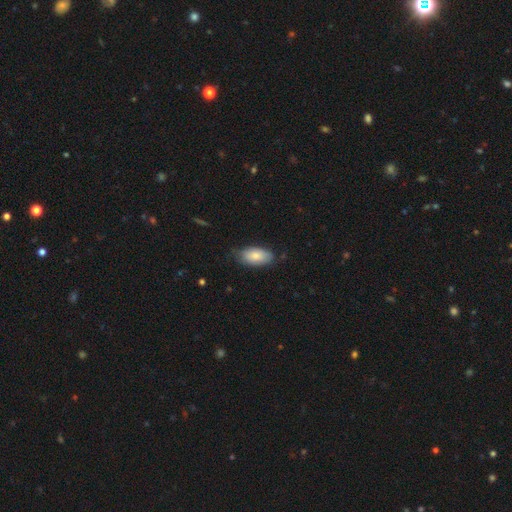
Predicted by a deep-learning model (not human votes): smooth_or_featured: smooth (p=0.79) [alt: featured or disk p=0.15]
how_rounded: in between (p=0.94) [alt: round p=0.03]
merging: none (p=0.69) [alt: minor disturbance p=0.25]